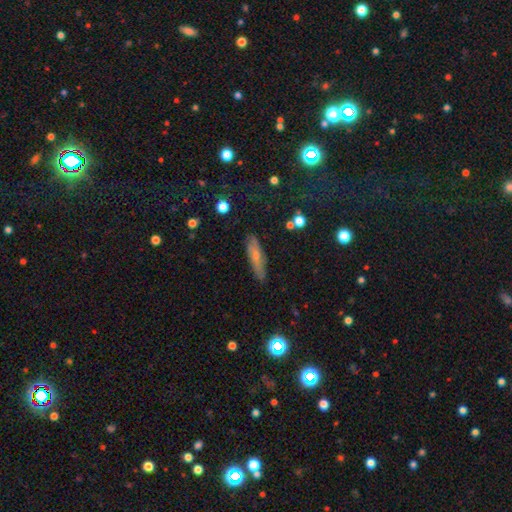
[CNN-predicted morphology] type=smooth (57%); roundness=cigar-shaped (69%); merging=none (81%).